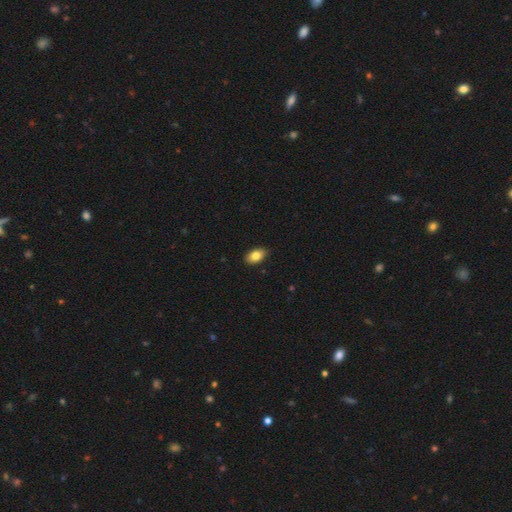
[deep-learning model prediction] smooth_or_featured: smooth (p=0.82) [alt: featured or disk p=0.10]
how_rounded: in between (p=0.91) [alt: round p=0.07]
merging: none (p=0.89) [alt: minor disturbance p=0.08]